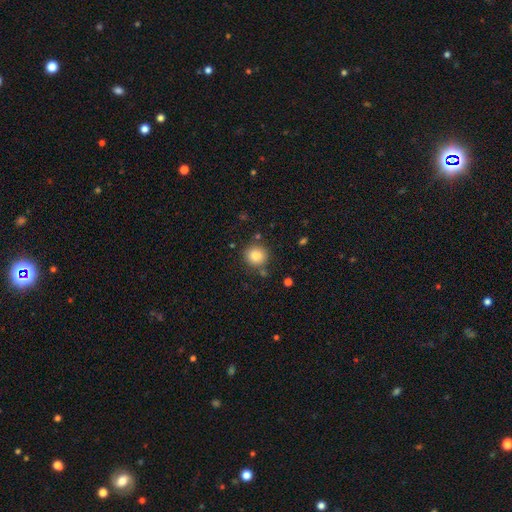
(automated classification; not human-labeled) Smooth or featured?
  - smooth: 85% *
  - star or artifact: 10%
  - featured or disk: 6%
How rounded?
  - round: 89% *
  - in between: 10%
  - cigar-shaped: 1%
Merging?
  - none: 82% *
  - minor disturbance: 10%
  - merger: 5%
  - major disturbance: 3%